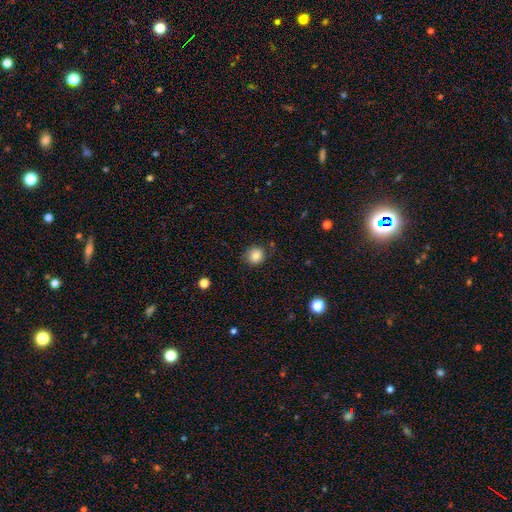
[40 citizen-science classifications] Smooth or featured: smooth — 92% (star or artifact — 8%)
How rounded: round — 89% (in between — 11%)
Merging: none — 78% (minor disturbance — 16%)